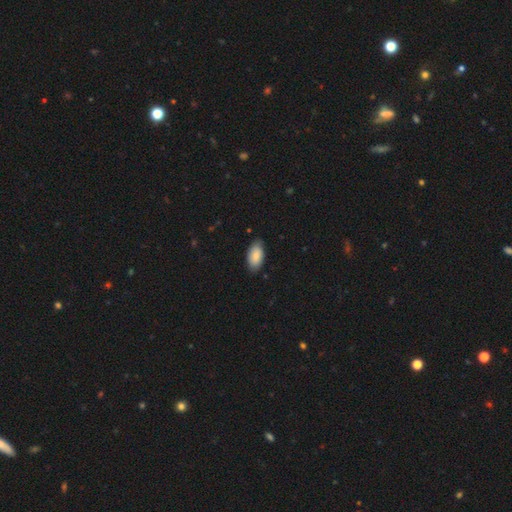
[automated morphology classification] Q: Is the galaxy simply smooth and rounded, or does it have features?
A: smooth — 84%.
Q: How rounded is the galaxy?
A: in between — 95%.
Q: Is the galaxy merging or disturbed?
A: none — 80%.